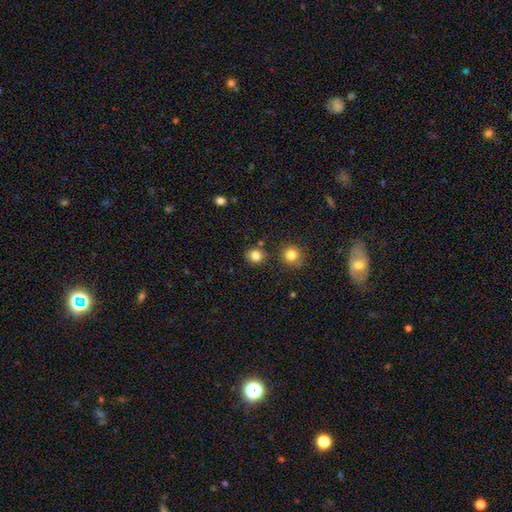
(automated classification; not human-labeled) Smooth or featured? Predicted: smooth (p=0.82). How rounded? Predicted: round (p=0.85). Merging? Predicted: none (p=0.84).